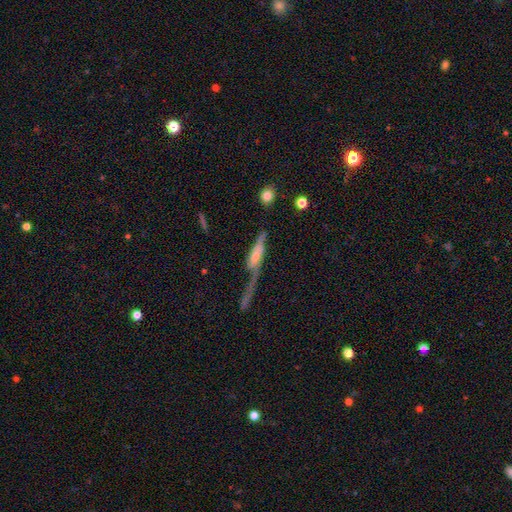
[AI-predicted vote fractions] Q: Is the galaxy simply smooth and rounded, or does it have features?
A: featured or disk — 59%.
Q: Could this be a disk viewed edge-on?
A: no — 54%.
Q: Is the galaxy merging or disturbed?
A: major disturbance — 52%.